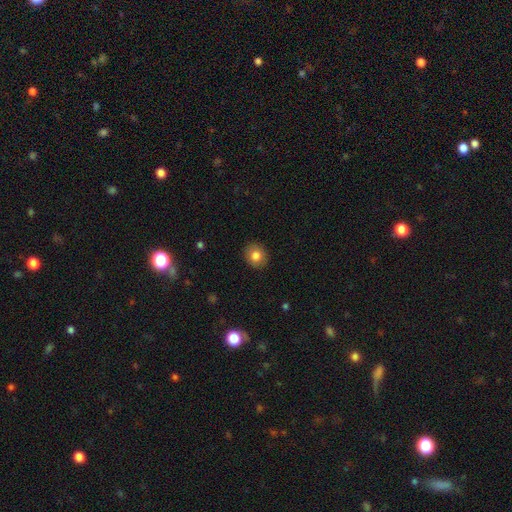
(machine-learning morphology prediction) smooth_or_featured: smooth (p=0.82) [alt: star or artifact p=0.10]
how_rounded: round (p=0.79) [alt: in between p=0.20]
merging: none (p=0.90) [alt: minor disturbance p=0.08]